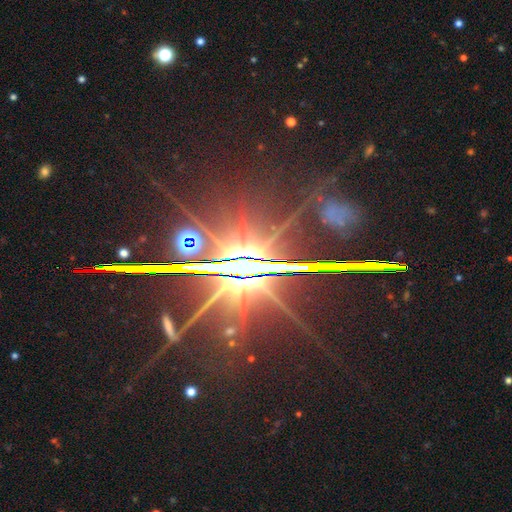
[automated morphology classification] Smooth or featured? Predicted: star or artifact (p=0.80).